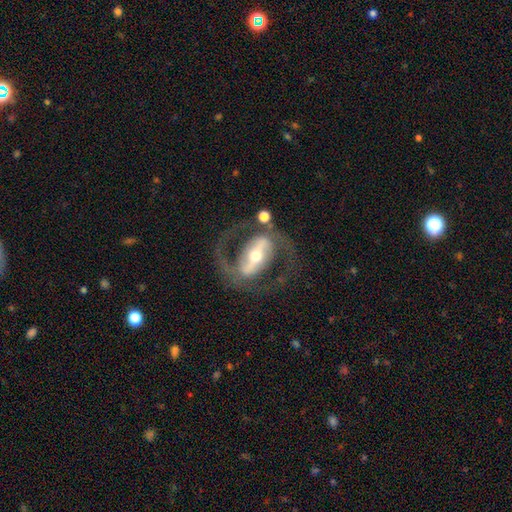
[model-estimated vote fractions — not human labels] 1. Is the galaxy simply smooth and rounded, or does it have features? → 87% featured or disk, 8% smooth, 5% star or artifact.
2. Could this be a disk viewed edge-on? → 94% no, 6% yes.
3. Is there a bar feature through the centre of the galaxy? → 70% strong, 19% weak, 11% no.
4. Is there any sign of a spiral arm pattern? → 83% yes, 17% no.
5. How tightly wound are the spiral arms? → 55% medium, 23% tight, 22% loose.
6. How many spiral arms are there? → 88% 2, 5% can't tell, 3% 1, 1% 3, 1% 4, 1% more than 4.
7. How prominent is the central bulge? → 61% moderate, 29% small, 7% large, 1% dominant, 1% none.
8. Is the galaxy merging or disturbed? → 70% none, 14% major disturbance, 12% minor disturbance, 4% merger.